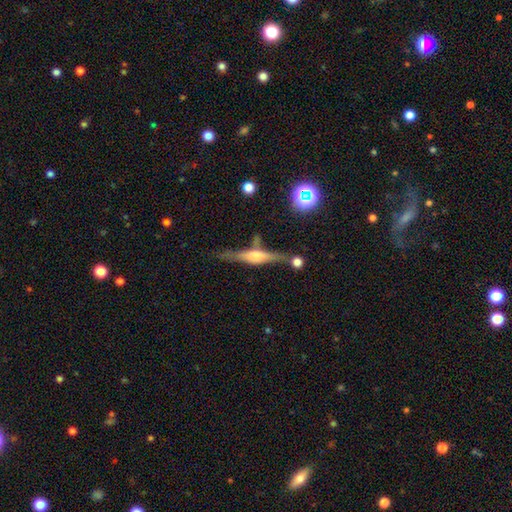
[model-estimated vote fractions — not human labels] smooth_or_featured: featured or disk (p=0.71) [alt: smooth p=0.21]
disk_edge_on: yes (p=0.96) [alt: no p=0.04]
edge_on_bulge: rounded (p=0.68) [alt: boxy p=0.26]
merging: none (p=0.70) [alt: minor disturbance p=0.16]